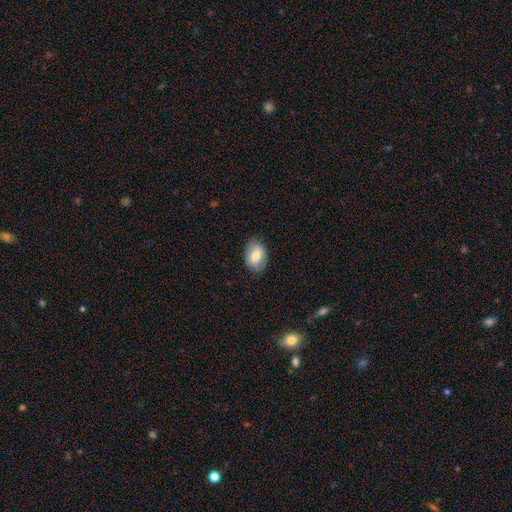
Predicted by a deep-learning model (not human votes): Smooth or featured: smooth — 71% (featured or disk — 22%)
How rounded: in between — 77% (round — 22%)
Merging: none — 83% (minor disturbance — 13%)